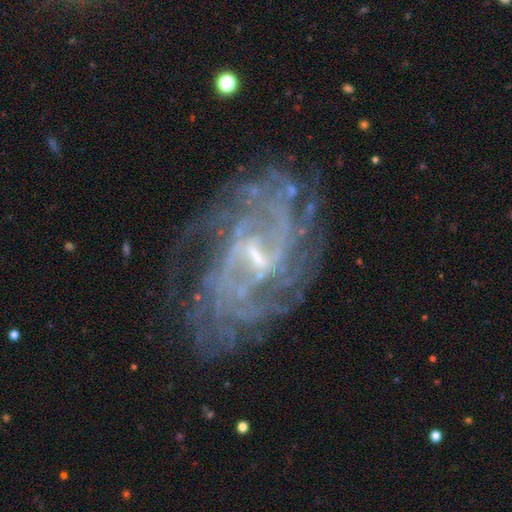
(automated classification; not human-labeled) The model was most divided on "spiral arm count": can't tell: 37%, 4: 16%, more than 4: 15%, 2: 13%, 3: 11%, 1: 8%. More confident: edge-on disk — no (96%); spiral arms — yes (95%); smooth or featured — featured or disk (86%); merging — none (75%); bulge size — small (61%); spiral winding — tight (60%); bar — weak (55%).